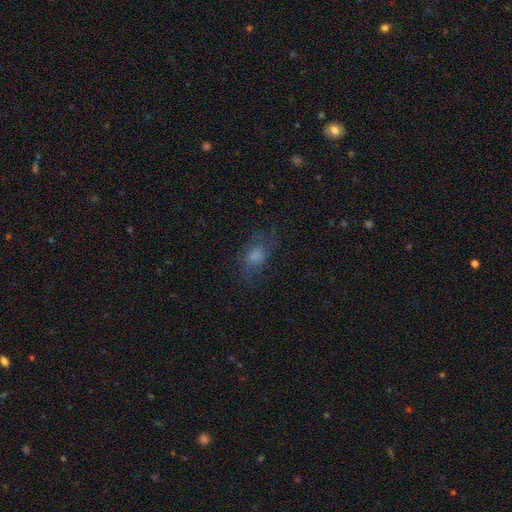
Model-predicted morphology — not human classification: Q: Smooth or featured?
A: smooth (62%); runner-up: featured or disk (23%)
Q: How rounded?
A: in between (71%); runner-up: round (24%)
Q: Merging?
A: none (62%); runner-up: minor disturbance (20%)